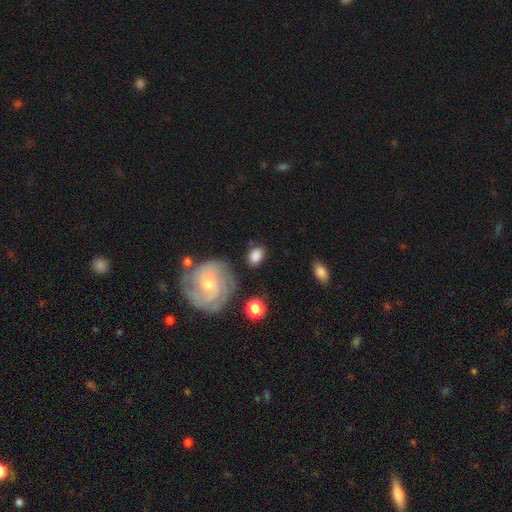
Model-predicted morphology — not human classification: smooth_or_featured: smooth (p=0.76) [alt: featured or disk p=0.16]
how_rounded: in between (p=0.68) [alt: round p=0.31]
merging: none (p=0.72) [alt: minor disturbance p=0.16]